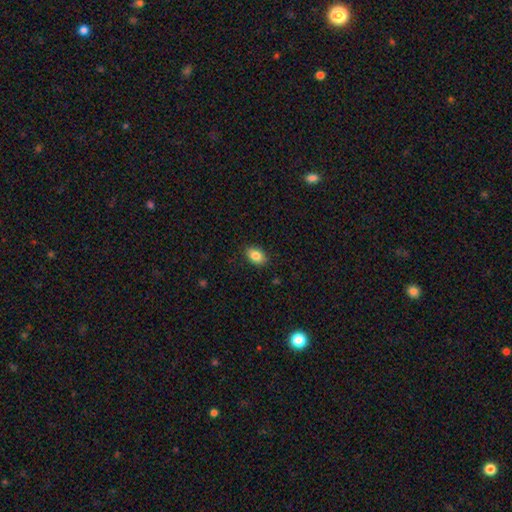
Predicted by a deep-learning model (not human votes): This is clearly a smooth galaxy (84%). How rounded: clearly in between (83%). Merging: clearly none (88%).